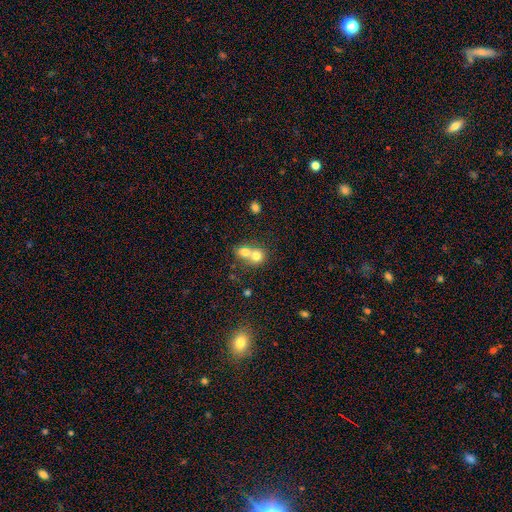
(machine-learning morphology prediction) This appears to be a smooth galaxy with no disk features (72%) that is round (73%). Merging: merger (69%).